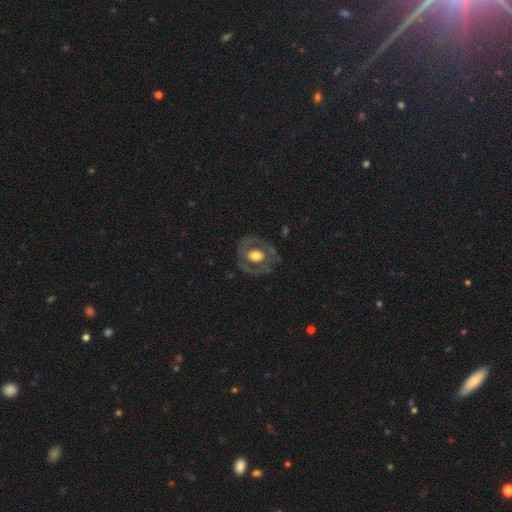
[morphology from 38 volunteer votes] Q: Smooth or featured?
A: featured or disk (71%); runner-up: smooth (26%)
Q: Edge-on disk?
A: no (96%); runner-up: yes (4%)
Q: Bar?
A: no (73%); runner-up: weak (23%)
Q: Spiral arms?
A: no (73%); runner-up: yes (27%)
Q: Bulge size?
A: moderate (65%); runner-up: large (35%)
Q: Merging?
A: none (68%); runner-up: minor disturbance (16%)